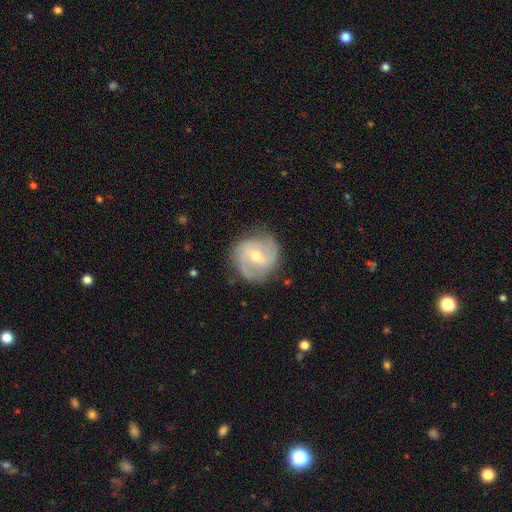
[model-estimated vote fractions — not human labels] featured or disk 83%, smooth 11%, star or artifact 6%. Down the decision tree: edge-on disk — no (97%); bar — weak (50%); spiral arms — yes (95%); spiral arm count — 2 (67%); spiral winding — medium (46%); bulge size — moderate (59%); merging — none (78%).